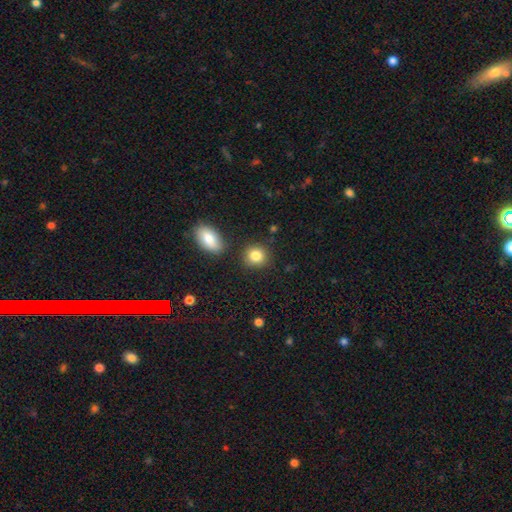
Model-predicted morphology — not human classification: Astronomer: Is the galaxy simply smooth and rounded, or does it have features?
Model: smooth — 85%.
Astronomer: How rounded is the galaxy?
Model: round — 79%.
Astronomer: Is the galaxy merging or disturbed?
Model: none — 83%.